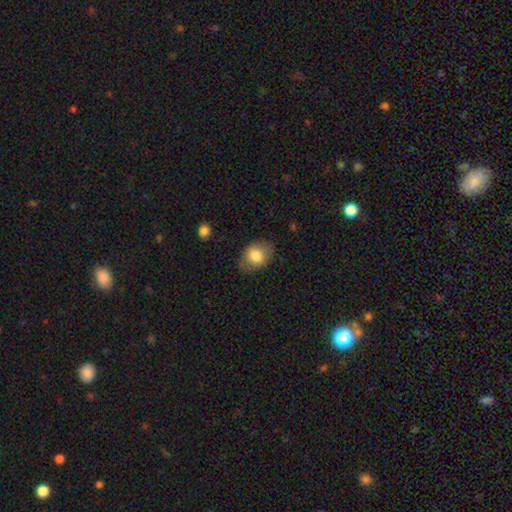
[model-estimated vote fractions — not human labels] This is likely a smooth galaxy (78%). How rounded: likely in between (65%). Merging: likely none (75%).